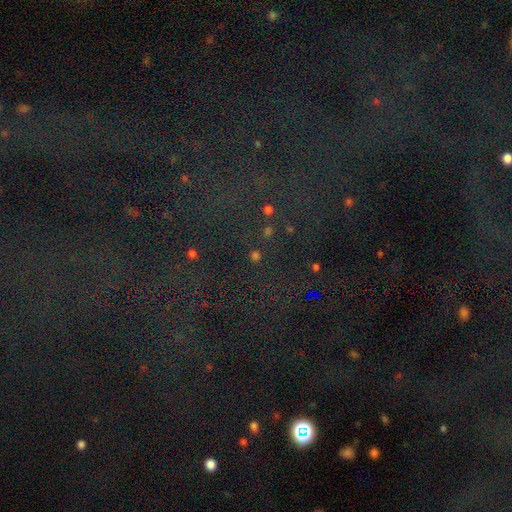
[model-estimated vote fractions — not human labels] smooth-or-featured: star or artifact: 68% | smooth: 23% | featured or disk: 8%